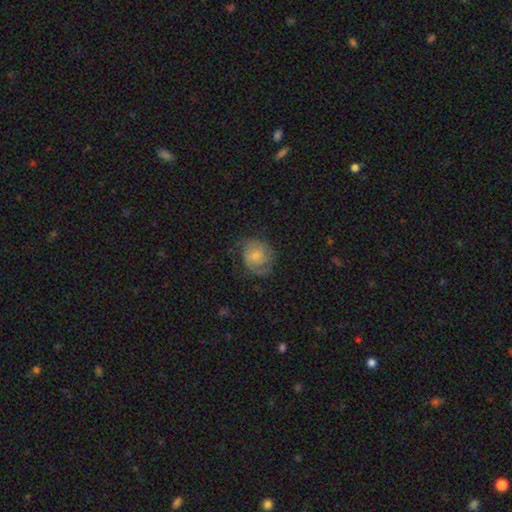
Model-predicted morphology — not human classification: Smooth or featured: featured or disk — 60% (smooth — 33%)
Edge-on disk: no — 98% (yes — 2%)
Bar: no — 69% (weak — 27%)
Spiral arms: yes — 88% (no — 12%)
Spiral winding: tight — 44% (medium — 39%)
Spiral arm count: 2 — 53% (can't tell — 23%)
Bulge size: small — 58% (moderate — 28%)
Merging: none — 59% (minor disturbance — 23%)